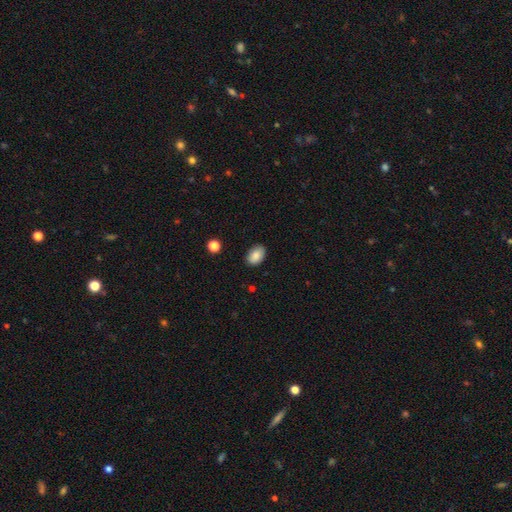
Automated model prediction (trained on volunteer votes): Overall: smooth (86%). How rounded: in between (87%). Merging: none (86%).